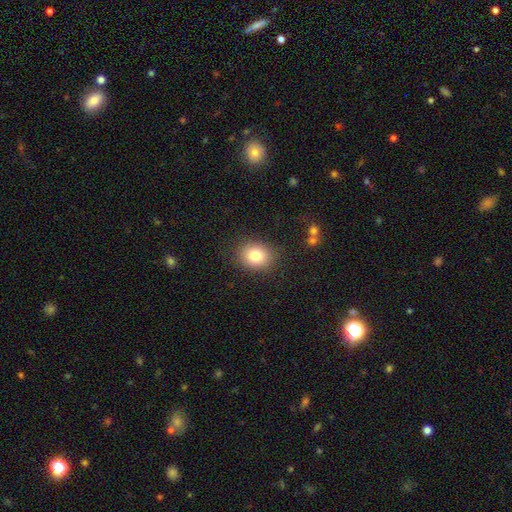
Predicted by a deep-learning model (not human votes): Smooth or featured? smooth (81%)
How rounded? round (62%)
Merging? none (87%)